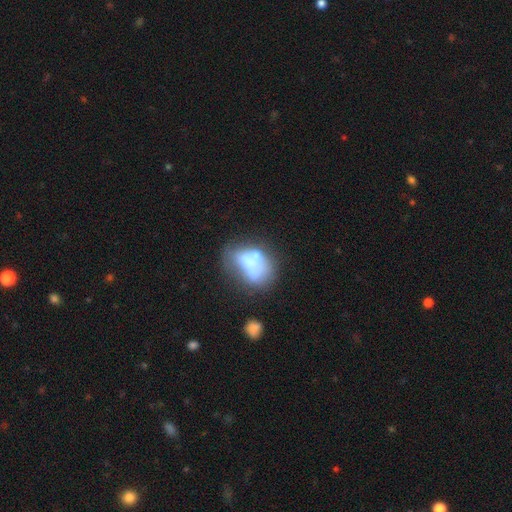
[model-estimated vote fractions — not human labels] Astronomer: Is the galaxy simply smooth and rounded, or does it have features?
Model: smooth — 55% (runner-up: featured or disk, 34%).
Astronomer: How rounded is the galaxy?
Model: in between — 73%.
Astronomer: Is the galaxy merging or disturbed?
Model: merger — 30% (runner-up: none, 27%).